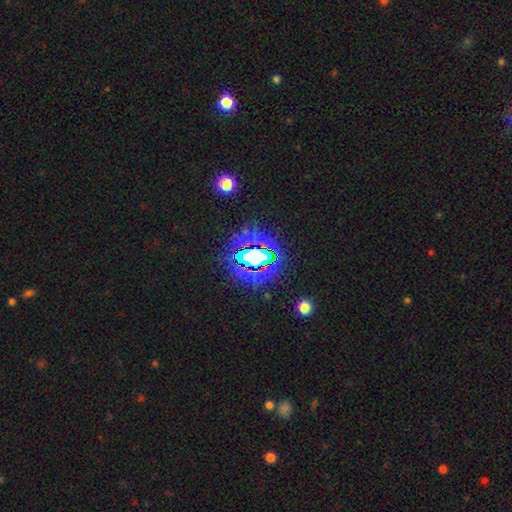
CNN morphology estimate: type=star or artifact (71%).